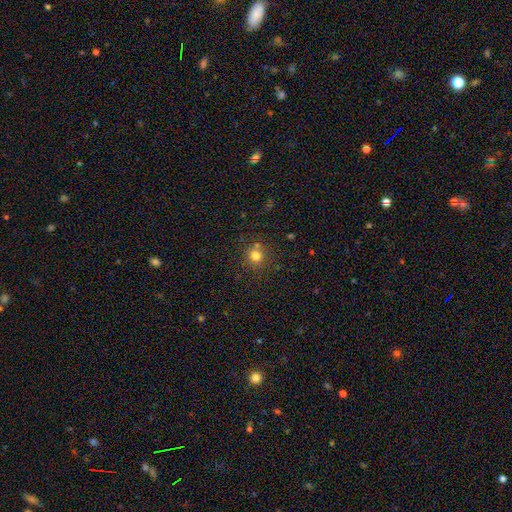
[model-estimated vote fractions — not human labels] Smooth or featured? smooth (76%)
How rounded? round (91%)
Merging? none (76%)